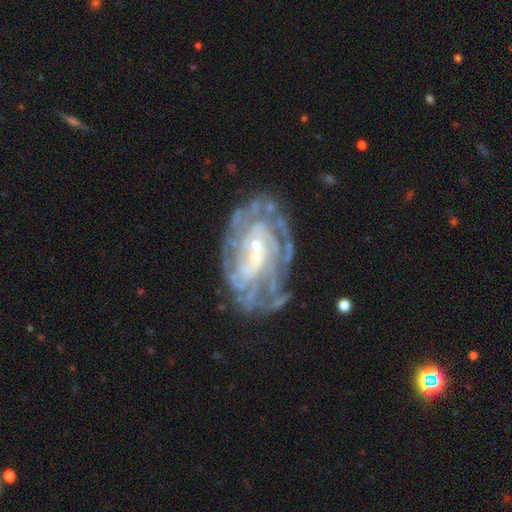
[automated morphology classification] A featured or disk galaxy (87%) with no bar (59%), tight (70%) spiral arms (92%) and a small central bulge (76%).

Vote fractions:
- Smooth or featured? featured or disk: 87% / smooth: 7% / star or artifact: 6%
- Edge-on disk? no: 96% / yes: 4%
- Bar? no: 59% / weak: 30% / strong: 11%
- Spiral arms? yes: 92% / no: 8%
- Spiral winding? tight: 70% / medium: 24% / loose: 6%
- Spiral arm count? can't tell: 39% / 4: 18% / more than 4: 13% / 3: 13% / 2: 11% / 1: 6%
- Bulge size? small: 76% / moderate: 18% / none: 3% / large: 2% / dominant: 1%
- Merging? none: 66% / minor disturbance: 20% / major disturbance: 11% / merger: 3%